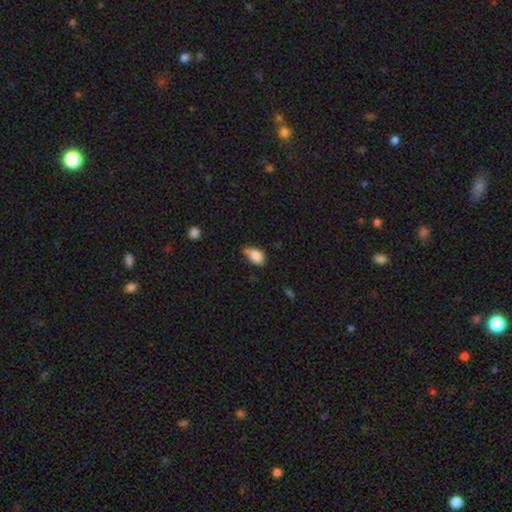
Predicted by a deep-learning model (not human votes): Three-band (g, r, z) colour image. It shows a smooth galaxy with no disk features (85%) that is in between round and cigar-shaped (87%). Merging: none (48%).